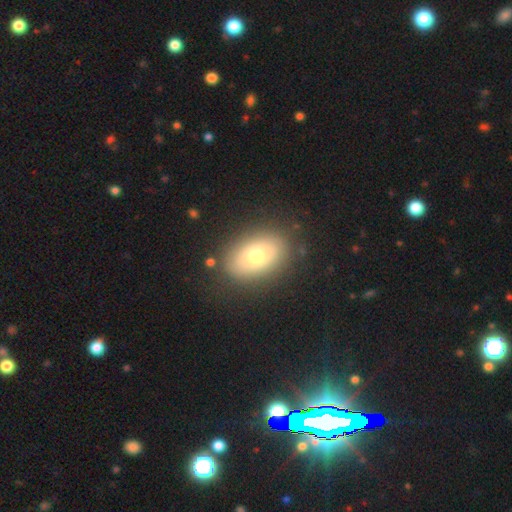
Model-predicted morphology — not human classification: type=smooth (61%); roundness=in between (85%); merging=none (82%).